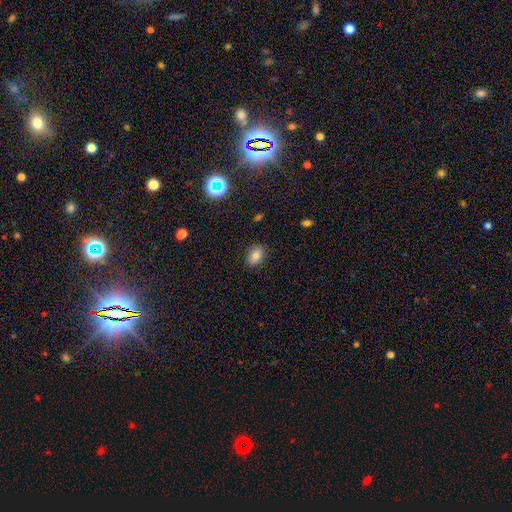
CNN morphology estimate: smooth-or-featured: smooth: 82% | star or artifact: 11% | featured or disk: 7%
  how-rounded: in between: 81% | round: 18% | cigar-shaped: 1%
  merging: none: 86% | minor disturbance: 11% | major disturbance: 2% | merger: 1%